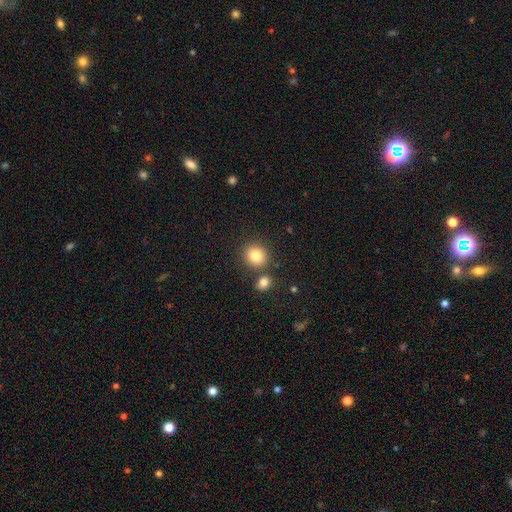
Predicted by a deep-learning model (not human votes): smooth_or_featured: smooth (p=0.82) [alt: star or artifact p=0.11]
how_rounded: round (p=0.81) [alt: in between p=0.18]
merging: none (p=0.77) [alt: merger p=0.12]